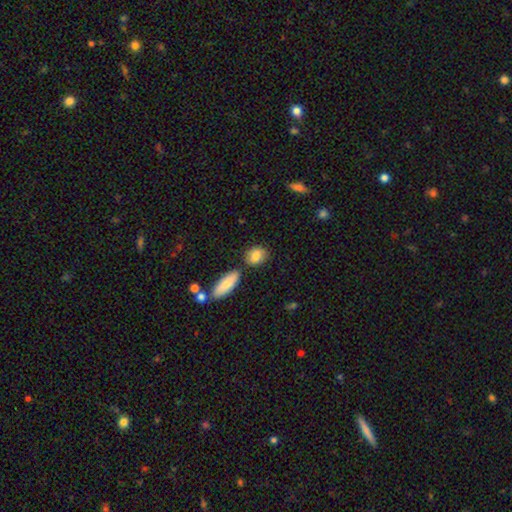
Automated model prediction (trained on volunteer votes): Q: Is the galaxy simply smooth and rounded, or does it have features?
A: smooth — 85%.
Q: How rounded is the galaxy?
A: in between — 65%.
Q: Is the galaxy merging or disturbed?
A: none — 72%.